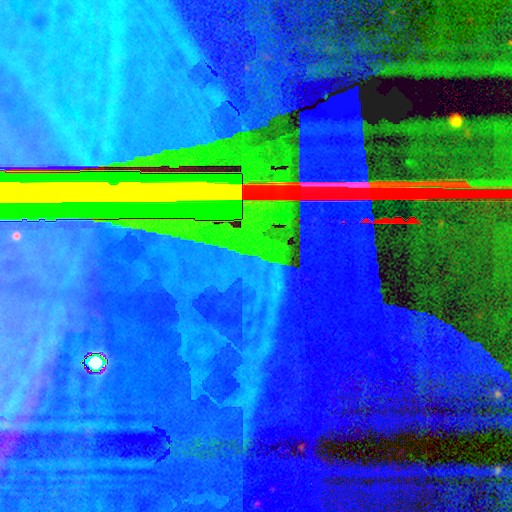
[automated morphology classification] smooth-or-featured: star or artifact: 86% | featured or disk: 8% | smooth: 6%